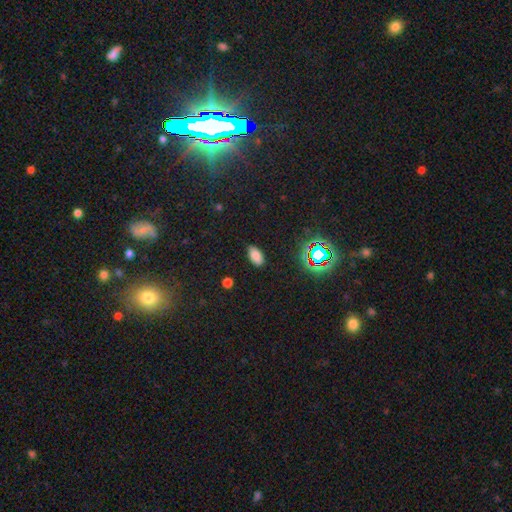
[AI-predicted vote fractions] smooth 78%, star or artifact 16%, featured or disk 6%. Down the decision tree: how rounded — in between (92%); merging — none (84%).